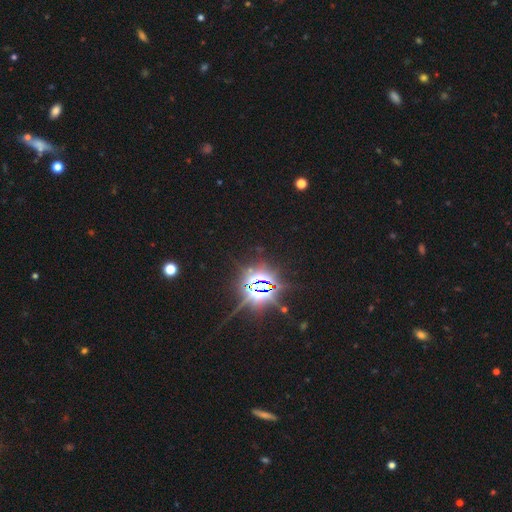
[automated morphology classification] smooth_or_featured: star or artifact (p=0.83) [alt: smooth p=0.11]